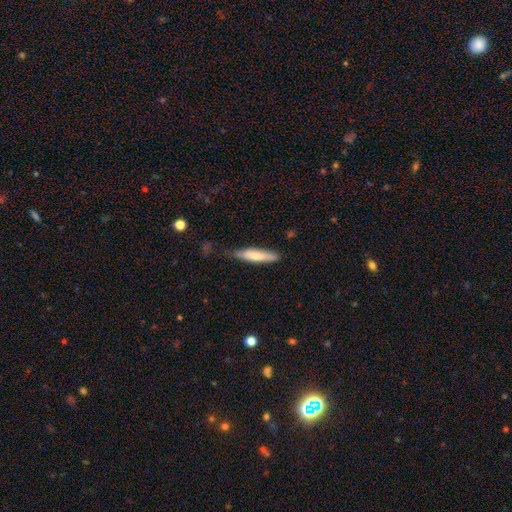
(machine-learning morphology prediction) This appears to be a smooth galaxy with no disk features (71%) that is cigar-shaped (82%). Merging: none (69%).